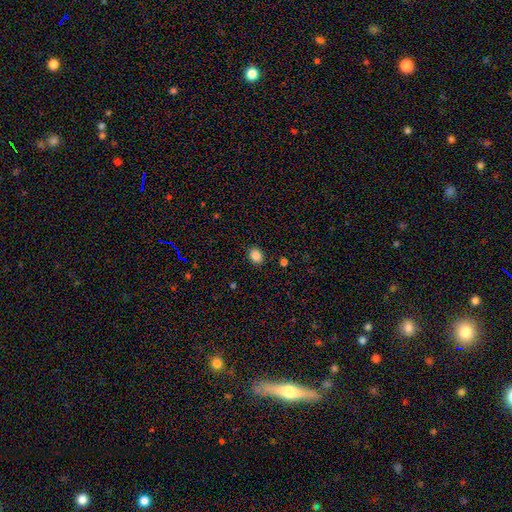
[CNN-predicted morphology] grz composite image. It shows a smooth galaxy with no disk features (85%) that is round (51%). Merging: none (89%).